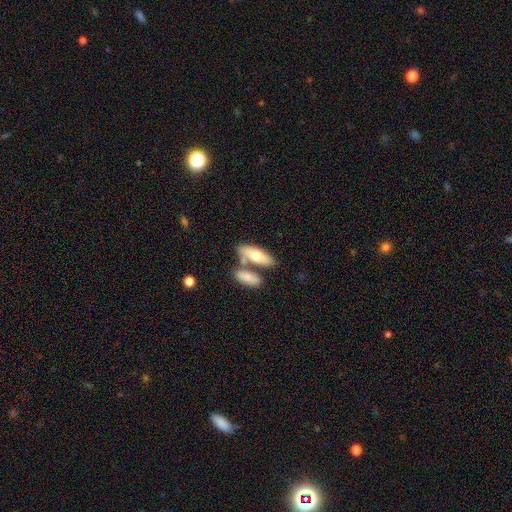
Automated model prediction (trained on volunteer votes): smooth_or_featured: smooth (p=0.70) [alt: featured or disk p=0.25]
how_rounded: in between (p=0.73) [alt: cigar-shaped p=0.24]
merging: none (p=0.49) [alt: merger p=0.35]